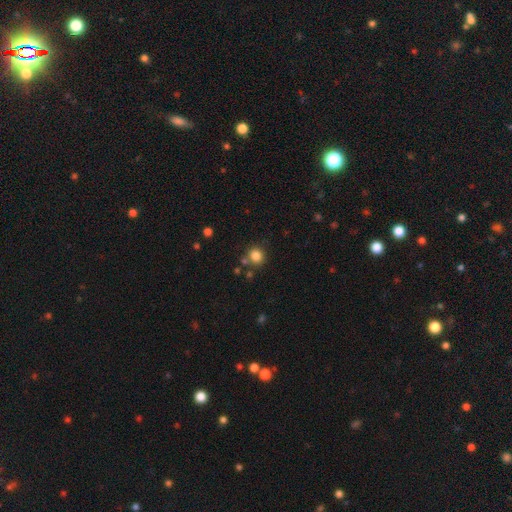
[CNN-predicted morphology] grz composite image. It shows a smooth galaxy with no disk features (83%) that is round (85%). Merging: none (76%).